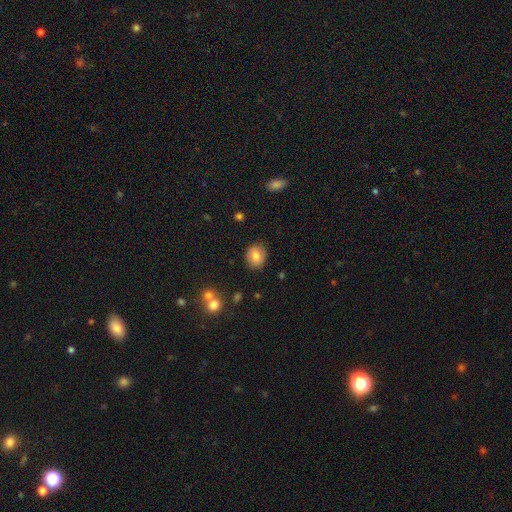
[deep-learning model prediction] Smooth or featured: smooth — 79% (featured or disk — 12%)
How rounded: round — 72% (in between — 27%)
Merging: none — 87% (minor disturbance — 9%)